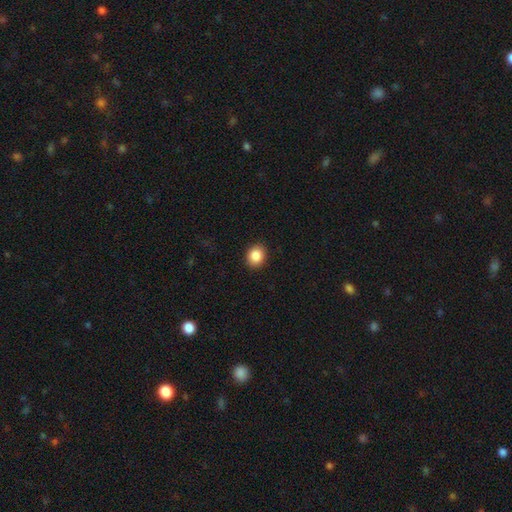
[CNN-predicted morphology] smooth_or_featured: smooth (p=0.87) [alt: star or artifact p=0.09]
how_rounded: round (p=0.67) [alt: in between p=0.32]
merging: none (p=0.90) [alt: minor disturbance p=0.07]